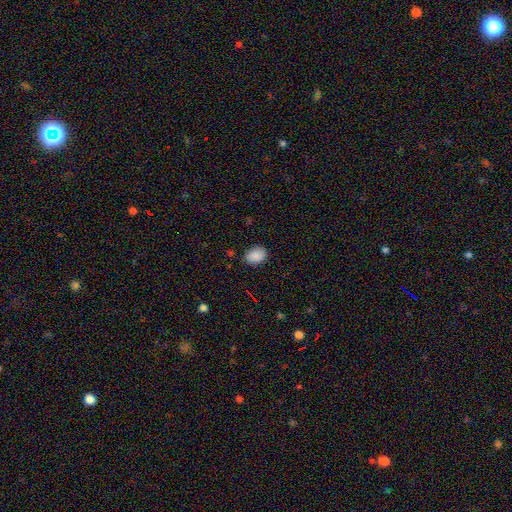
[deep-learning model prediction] This appears to be a smooth galaxy with no disk features (86%) that is in between round and cigar-shaped (68%). Merging: none (80%).